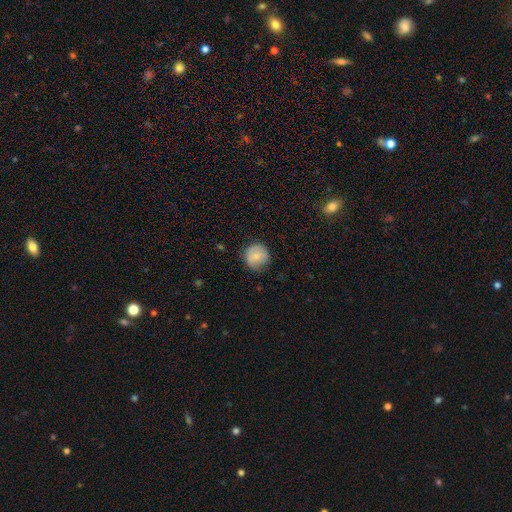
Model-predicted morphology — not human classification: smooth_or_featured: smooth (p=0.68) [alt: featured or disk p=0.25]
how_rounded: round (p=0.90) [alt: in between p=0.09]
merging: none (p=0.70) [alt: minor disturbance p=0.23]